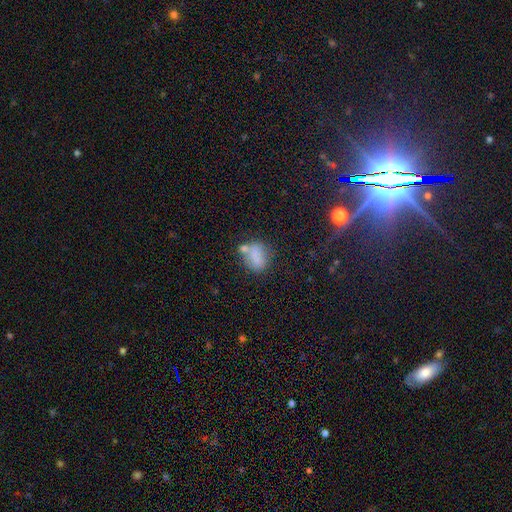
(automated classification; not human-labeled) Smooth or featured: smooth — 74% (featured or disk — 15%)
How rounded: in between — 68% (round — 29%)
Merging: none — 47% (merger — 26%)